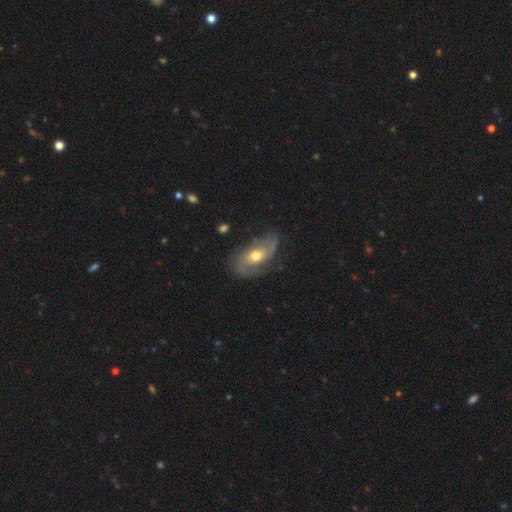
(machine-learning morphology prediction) The model was most divided on "spiral winding": medium: 42%, tight: 33%, loose: 25%. More confident: edge-on disk — no (95%); spiral arms — yes (90%); smooth or featured — featured or disk (78%); spiral arm count — 2 (72%); bulge size — moderate (72%); merging — none (65%); bar — no (65%).